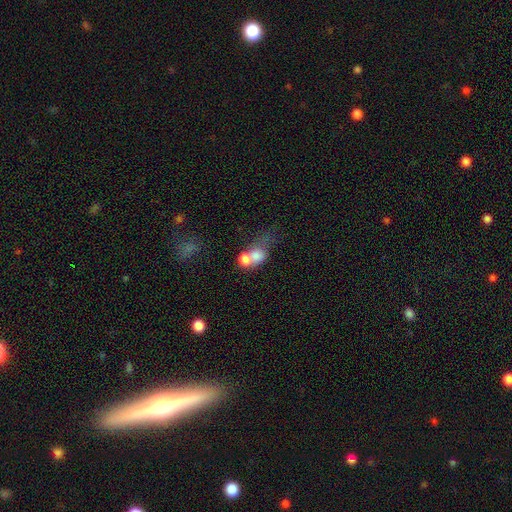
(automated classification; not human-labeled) Smooth or featured? Predicted: smooth (p=0.69). How rounded? Predicted: round (p=0.58). Merging? Predicted: merger (p=0.65).